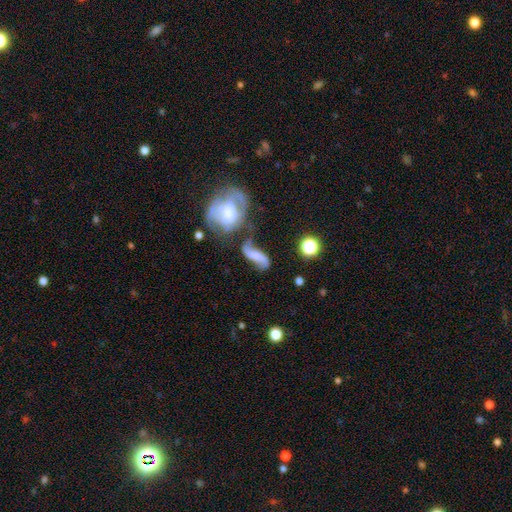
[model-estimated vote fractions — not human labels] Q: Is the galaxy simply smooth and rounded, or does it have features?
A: featured or disk — 64%.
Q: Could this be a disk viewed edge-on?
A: no — 93%.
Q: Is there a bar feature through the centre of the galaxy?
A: no — 45%.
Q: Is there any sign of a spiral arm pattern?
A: yes — 90%.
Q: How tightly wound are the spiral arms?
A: loose — 69%.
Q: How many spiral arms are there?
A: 2 — 88%.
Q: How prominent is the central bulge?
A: none — 45%.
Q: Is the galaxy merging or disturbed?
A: none — 37%.